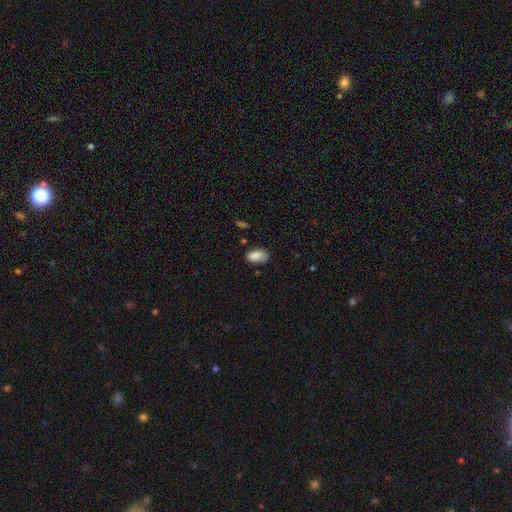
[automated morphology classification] smooth 85%, star or artifact 8%, featured or disk 7%. Down the decision tree: how rounded — in between (93%); merging — none (67%).